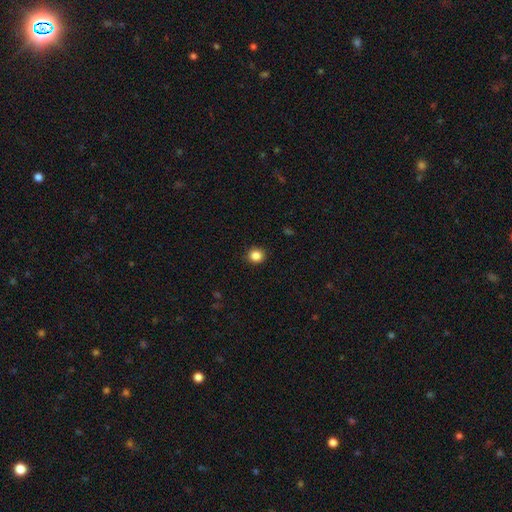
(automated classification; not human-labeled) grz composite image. It shows a smooth galaxy with no disk features (85%) that is round (87%). Merging: none (91%).